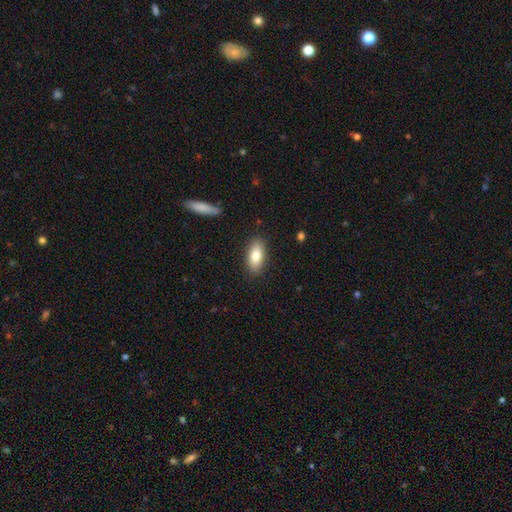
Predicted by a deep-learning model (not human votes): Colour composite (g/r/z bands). It shows a smooth galaxy with no disk features (80%) that is in between round and cigar-shaped (86%). Merging: none (87%).